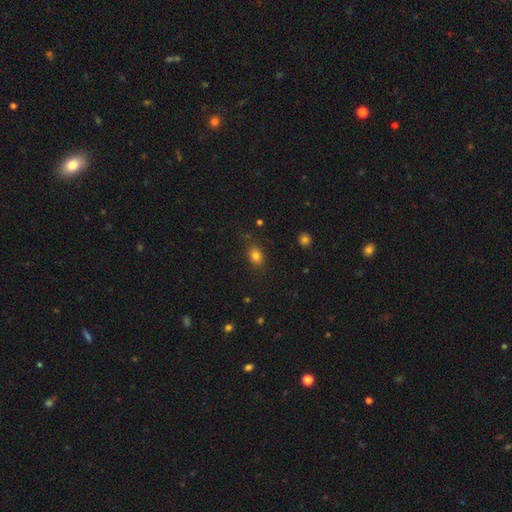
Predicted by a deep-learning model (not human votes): Smooth or featured?
  - smooth: 80% *
  - star or artifact: 13%
  - featured or disk: 7%
How rounded?
  - in between: 64% *
  - round: 34%
  - cigar-shaped: 2%
Merging?
  - none: 78% *
  - minor disturbance: 16%
  - major disturbance: 5%
  - merger: 2%